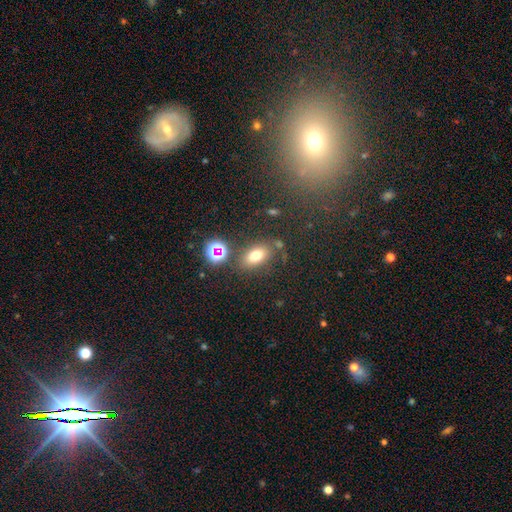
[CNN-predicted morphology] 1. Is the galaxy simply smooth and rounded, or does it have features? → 69% smooth, 18% star or artifact, 13% featured or disk.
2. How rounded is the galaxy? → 78% in between, 18% round, 4% cigar-shaped.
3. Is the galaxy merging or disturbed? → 74% none, 13% minor disturbance, 8% merger, 5% major disturbance.